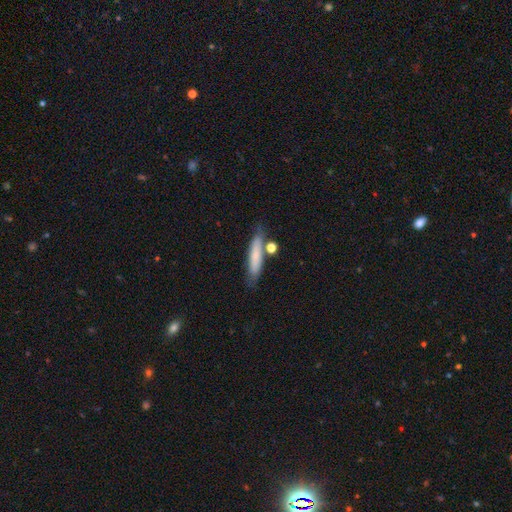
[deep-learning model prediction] Q: Smooth or featured?
A: smooth (72%); runner-up: featured or disk (21%)
Q: How rounded?
A: cigar-shaped (82%); runner-up: in between (16%)
Q: Merging?
A: none (70%); runner-up: minor disturbance (16%)